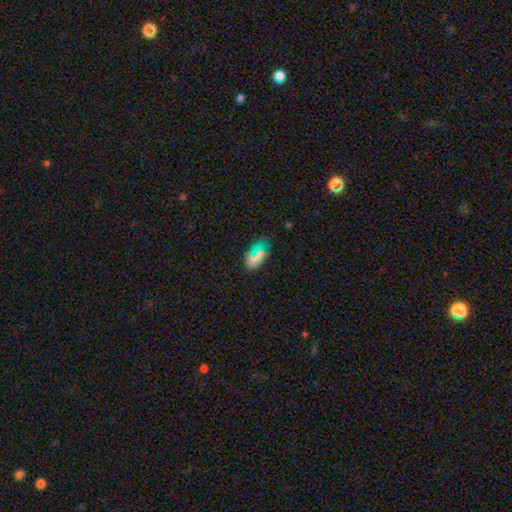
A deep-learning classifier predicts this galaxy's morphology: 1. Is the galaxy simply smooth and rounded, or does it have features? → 67% smooth, 21% star or artifact, 12% featured or disk.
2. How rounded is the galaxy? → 90% in between, 5% cigar-shaped, 5% round.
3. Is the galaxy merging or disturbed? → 77% none, 16% minor disturbance, 4% major disturbance, 2% merger.